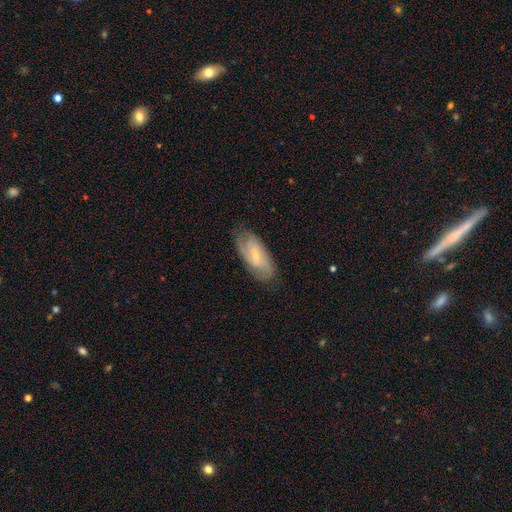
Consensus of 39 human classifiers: Volunteers were most divided on "spiral arm count": 3: 31%, 1: 27%, 2: 19%, can't tell: 19%, 4: 4%, more than 4: 0%. More confident: spiral arms — yes (96%); edge-on disk — no (90%); smooth or featured — featured or disk (77%); merging — none (69%); spiral winding — medium (62%); bulge size — small (56%); bar — weak (52%).